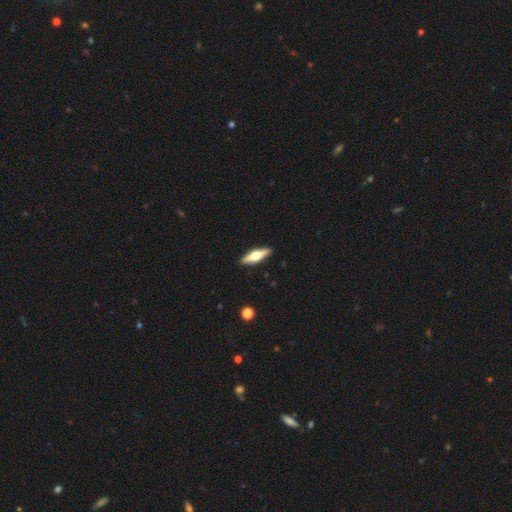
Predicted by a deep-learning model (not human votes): Smooth or featured?
  - featured or disk: 58% *
  - smooth: 36%
  - star or artifact: 6%
Edge-on disk?
  - yes: 95% *
  - no: 5%
Edge-on bulge?
  - rounded: 93% *
  - boxy: 5%
  - none: 2%
Merging?
  - none: 90% *
  - minor disturbance: 7%
  - major disturbance: 2%
  - merger: 1%